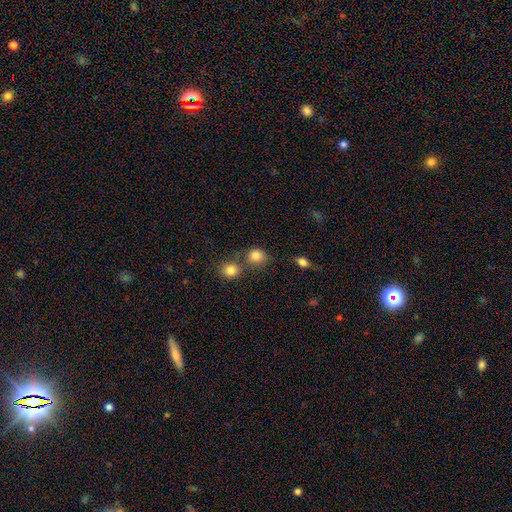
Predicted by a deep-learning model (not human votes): Smooth or featured? smooth (82%)
How rounded? round (76%)
Merging? none (57%)